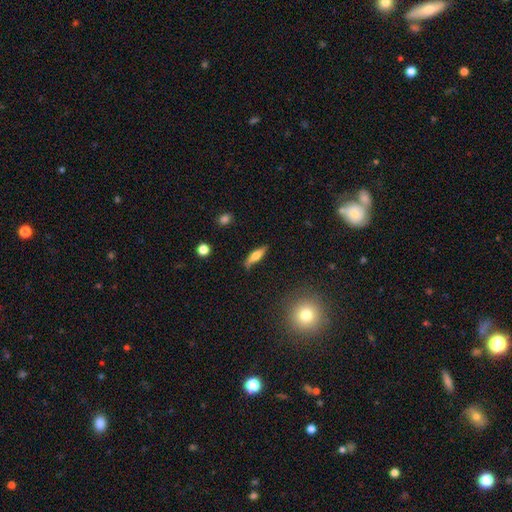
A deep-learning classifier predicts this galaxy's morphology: Smooth or featured? smooth (53%)
How rounded? cigar-shaped (64%)
Merging? none (78%)